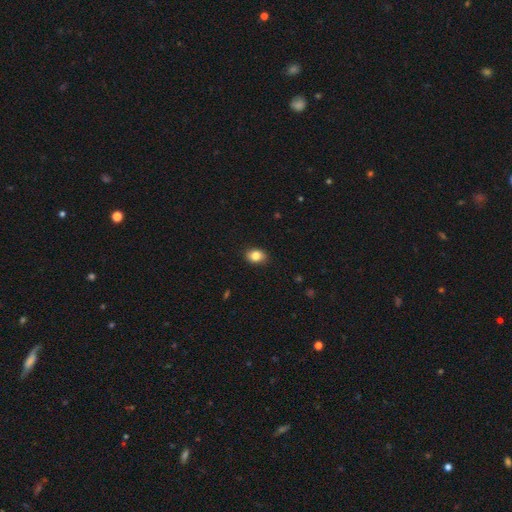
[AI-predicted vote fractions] Smooth or featured?
  - smooth: 83% *
  - star or artifact: 9%
  - featured or disk: 8%
How rounded?
  - in between: 71% *
  - round: 28%
  - cigar-shaped: 1%
Merging?
  - none: 87% *
  - minor disturbance: 10%
  - major disturbance: 2%
  - merger: 1%